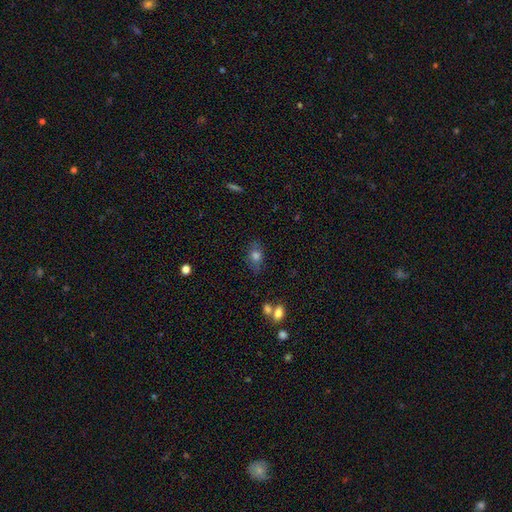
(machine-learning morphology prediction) Overall: smooth (75%). How rounded: in between (73%). Merging: none (76%).